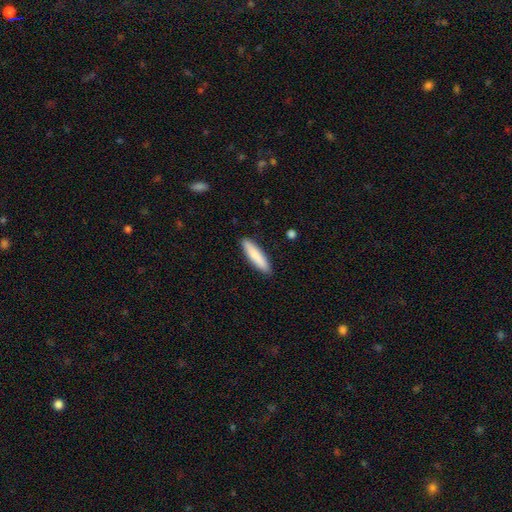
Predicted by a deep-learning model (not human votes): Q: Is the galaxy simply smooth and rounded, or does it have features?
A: smooth — 83%.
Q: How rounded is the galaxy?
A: cigar-shaped — 79%.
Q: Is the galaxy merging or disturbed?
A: none — 90%.